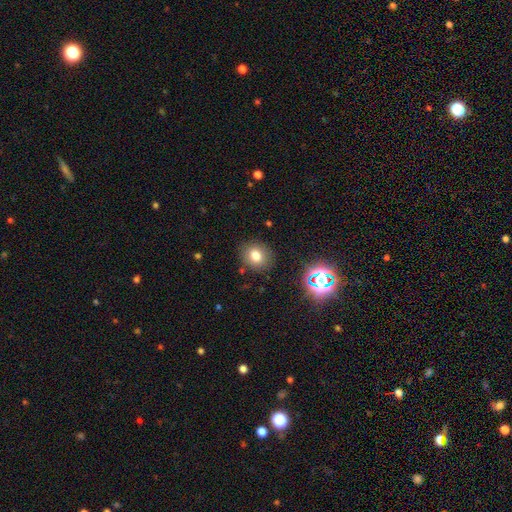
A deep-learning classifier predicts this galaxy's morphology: This is likely a smooth galaxy (75%). How rounded: likely round (73%). Merging: clearly none (86%).